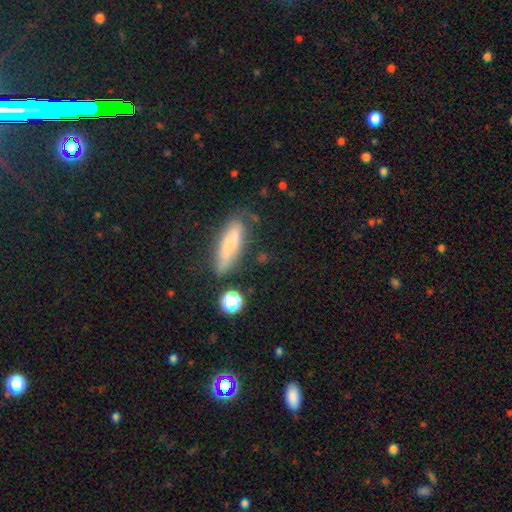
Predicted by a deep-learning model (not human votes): A smooth galaxy with no disk features (63%) that is cigar-shaped (69%). Merging: none (71%).